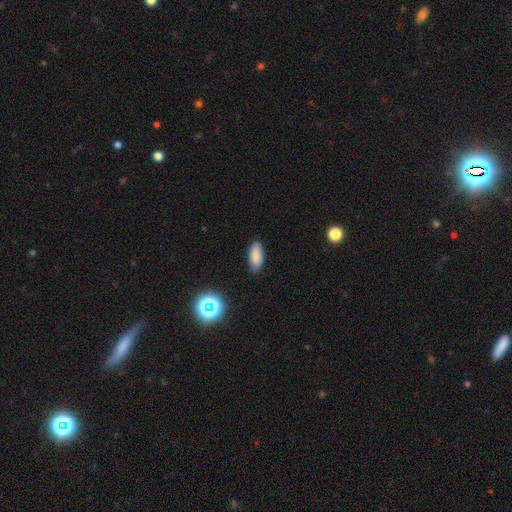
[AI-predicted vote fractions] Smooth or featured?
  - smooth: 84% *
  - star or artifact: 10%
  - featured or disk: 7%
How rounded?
  - in between: 84% *
  - cigar-shaped: 14%
  - round: 3%
Merging?
  - none: 87% *
  - minor disturbance: 10%
  - major disturbance: 2%
  - merger: 1%